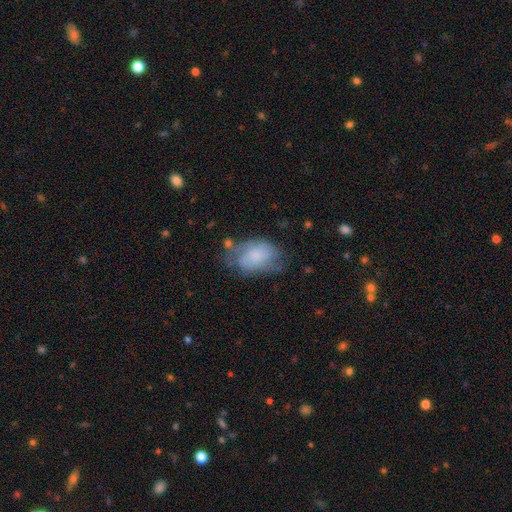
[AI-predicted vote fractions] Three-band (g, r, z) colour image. It shows a smooth galaxy with no disk features (58%) that is in between round and cigar-shaped (84%). Merging: none (45%).